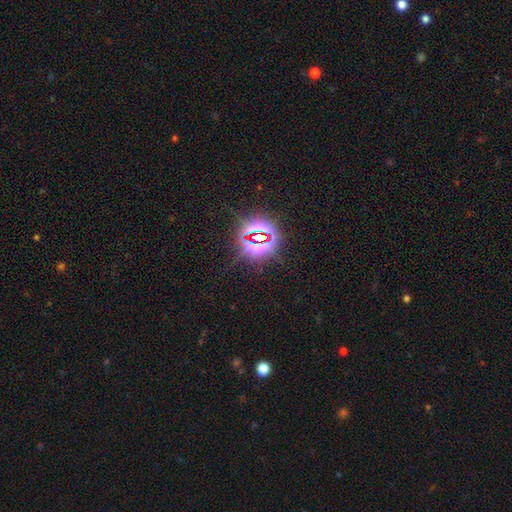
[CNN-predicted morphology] The model was most divided on "smooth or featured": star or artifact: 81%, smooth: 12%, featured or disk: 7%.